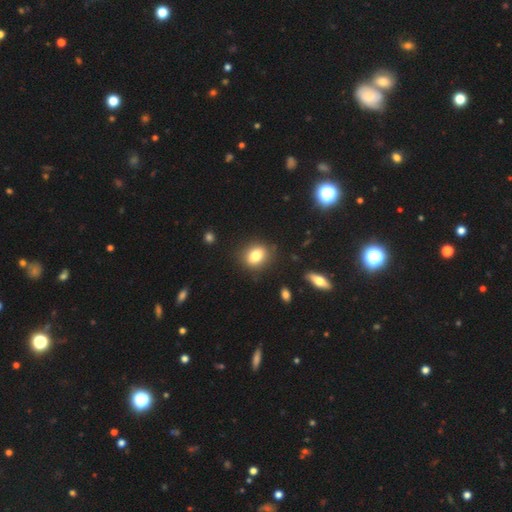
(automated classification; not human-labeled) Smooth or featured? smooth (79%)
How rounded? round (51%)
Merging? none (83%)